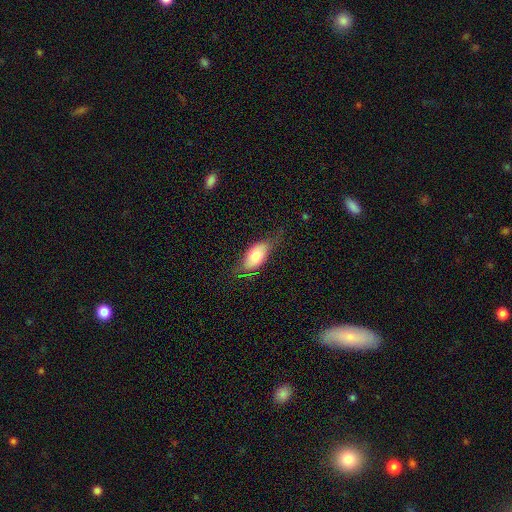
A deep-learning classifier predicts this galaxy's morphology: Smooth or featured? smooth (70%)
How rounded? in between (88%)
Merging? none (59%)